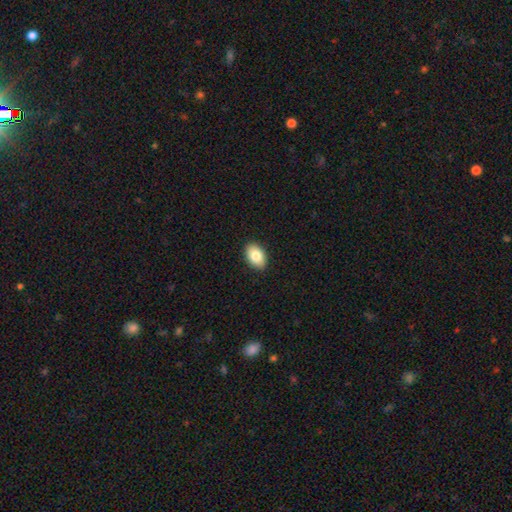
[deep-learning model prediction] smooth_or_featured: smooth (p=0.84) [alt: featured or disk p=0.09]
how_rounded: in between (p=0.89) [alt: round p=0.10]
merging: none (p=0.90) [alt: minor disturbance p=0.07]